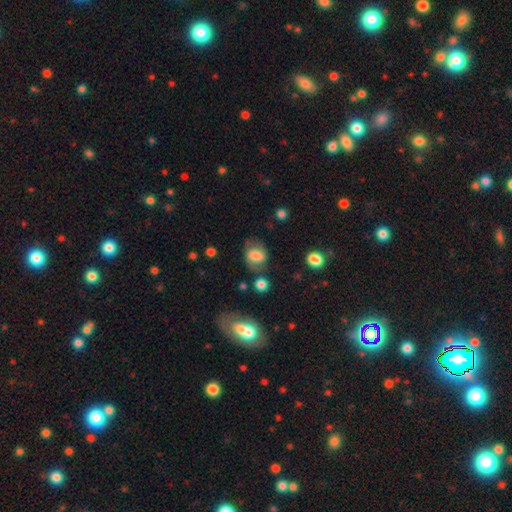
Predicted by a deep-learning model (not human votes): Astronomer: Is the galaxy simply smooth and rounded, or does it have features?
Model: smooth — 54% (runner-up: featured or disk, 37%).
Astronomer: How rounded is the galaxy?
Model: in between — 54% (runner-up: round, 45%).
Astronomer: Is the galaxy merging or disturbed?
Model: none — 61%.